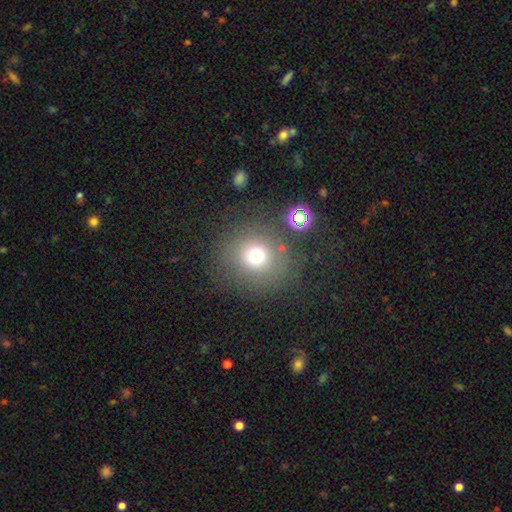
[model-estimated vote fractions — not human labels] This is likely a smooth galaxy (70%). How rounded: clearly round (90%). Merging: likely none (77%).